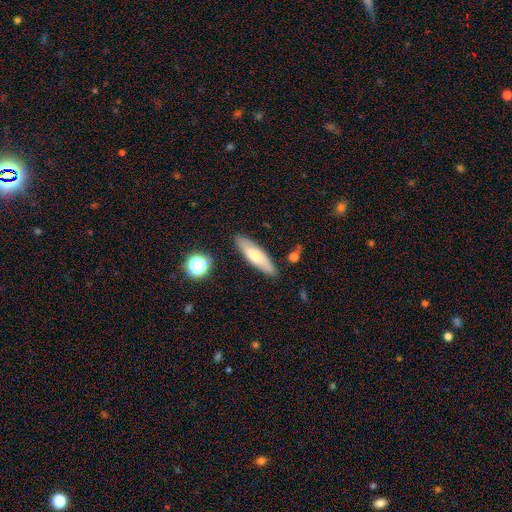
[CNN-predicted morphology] Smooth or featured?
  - smooth: 61% *
  - featured or disk: 32%
  - star or artifact: 7%
How rounded?
  - cigar-shaped: 62% *
  - in between: 35%
  - round: 2%
Merging?
  - none: 87% *
  - minor disturbance: 9%
  - merger: 2%
  - major disturbance: 2%